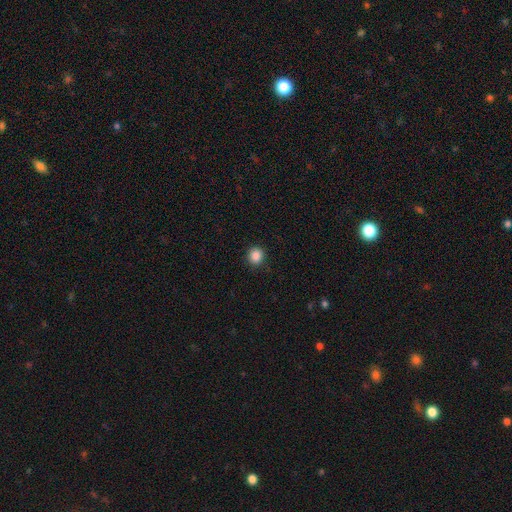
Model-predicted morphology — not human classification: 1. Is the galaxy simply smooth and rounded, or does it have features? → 87% smooth, 10% star or artifact, 3% featured or disk.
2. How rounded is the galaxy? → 88% round, 11% in between, 1% cigar-shaped.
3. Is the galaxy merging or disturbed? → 90% none, 7% minor disturbance, 2% major disturbance, 1% merger.